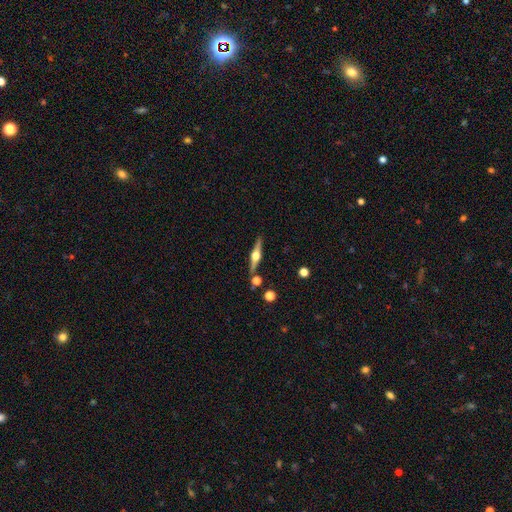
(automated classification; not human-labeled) smooth_or_featured: featured or disk (p=0.79) [alt: smooth p=0.15]
disk_edge_on: yes (p=0.98) [alt: no p=0.02]
edge_on_bulge: rounded (p=0.95) [alt: boxy p=0.04]
merging: none (p=0.86) [alt: minor disturbance p=0.08]